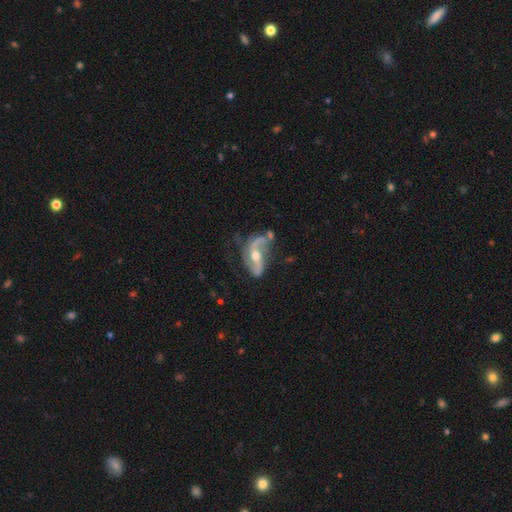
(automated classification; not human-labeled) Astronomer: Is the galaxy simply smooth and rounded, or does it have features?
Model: featured or disk — 88%.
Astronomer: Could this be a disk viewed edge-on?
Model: no — 95%.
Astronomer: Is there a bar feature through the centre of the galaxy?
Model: no — 37% (runner-up: weak, 35%).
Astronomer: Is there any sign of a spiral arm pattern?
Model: yes — 94%.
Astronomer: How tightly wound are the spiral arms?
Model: loose — 68%.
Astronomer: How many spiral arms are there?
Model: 2 — 88%.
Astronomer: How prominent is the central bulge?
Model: moderate — 65%.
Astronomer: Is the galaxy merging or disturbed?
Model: none — 46% (runner-up: minor disturbance, 25%).